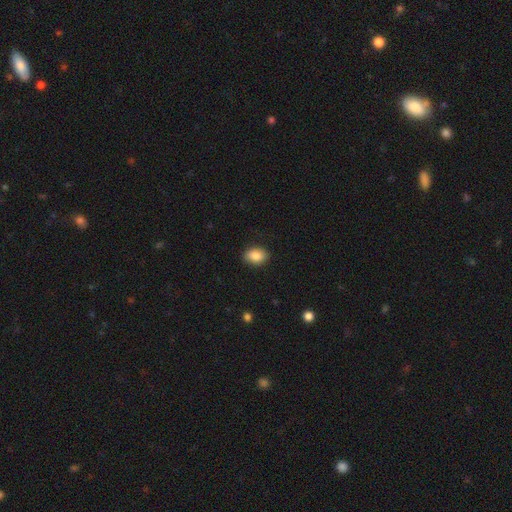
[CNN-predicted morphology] Smooth or featured?
  - smooth: 86% *
  - star or artifact: 7%
  - featured or disk: 6%
How rounded?
  - in between: 76% *
  - round: 23%
  - cigar-shaped: 1%
Merging?
  - none: 87% *
  - minor disturbance: 10%
  - major disturbance: 2%
  - merger: 1%